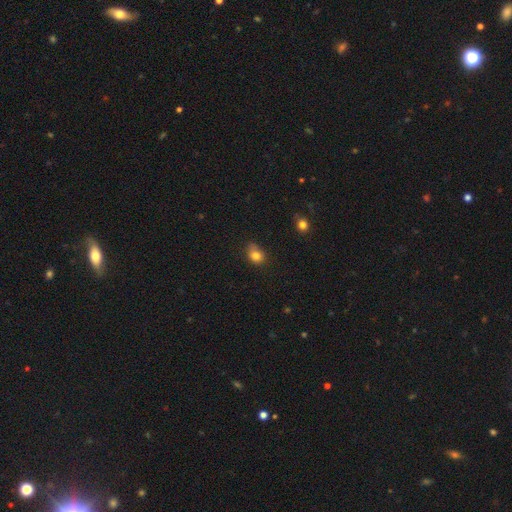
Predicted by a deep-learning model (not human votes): Smooth or featured?
  - smooth: 80% *
  - star or artifact: 12%
  - featured or disk: 8%
How rounded?
  - in between: 53% *
  - round: 45%
  - cigar-shaped: 1%
Merging?
  - none: 51% *
  - minor disturbance: 35%
  - major disturbance: 9%
  - merger: 5%